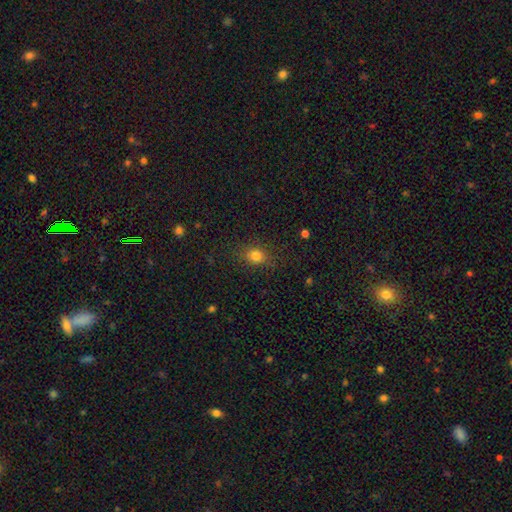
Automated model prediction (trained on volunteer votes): smooth 80%, star or artifact 13%, featured or disk 7%. Down the decision tree: how rounded — round (49%, tied with in between); merging — none (82%).